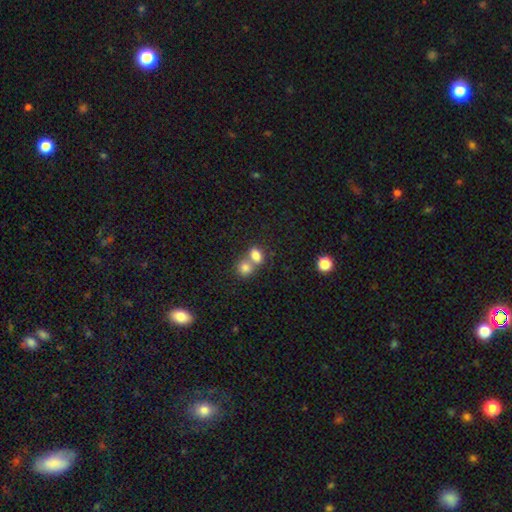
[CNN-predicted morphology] Smooth or featured? smooth (80%)
How rounded? in between (62%)
Merging? merger (58%)